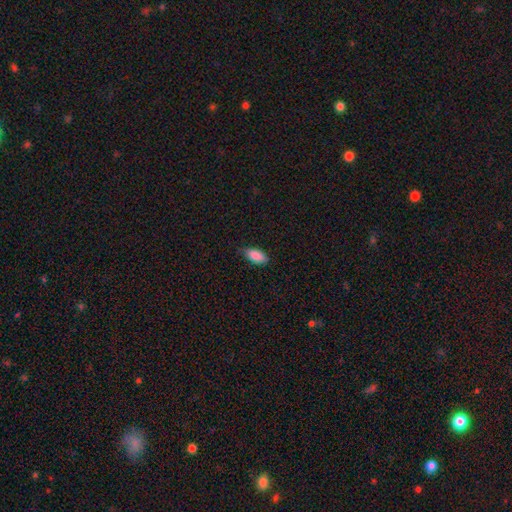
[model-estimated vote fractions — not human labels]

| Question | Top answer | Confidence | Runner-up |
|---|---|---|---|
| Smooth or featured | smooth | 88% | star or artifact (7%) |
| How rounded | in between | 91% | cigar-shaped (7%) |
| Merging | none | 77% | minor disturbance (19%) |